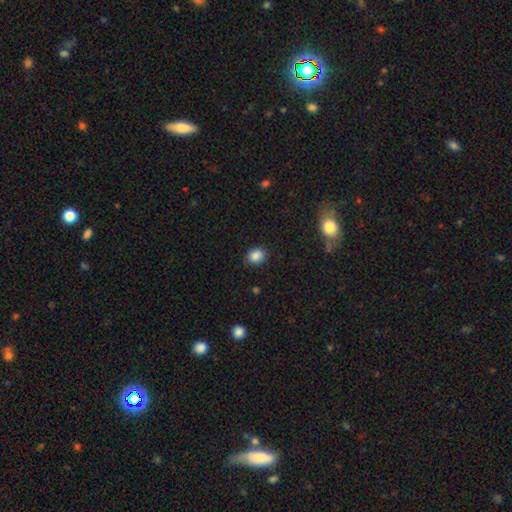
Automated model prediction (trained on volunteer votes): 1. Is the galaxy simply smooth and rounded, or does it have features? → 85% smooth, 10% star or artifact, 5% featured or disk.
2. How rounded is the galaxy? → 53% round, 46% in between, 1% cigar-shaped.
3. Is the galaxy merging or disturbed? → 82% none, 14% minor disturbance, 3% major disturbance, 1% merger.